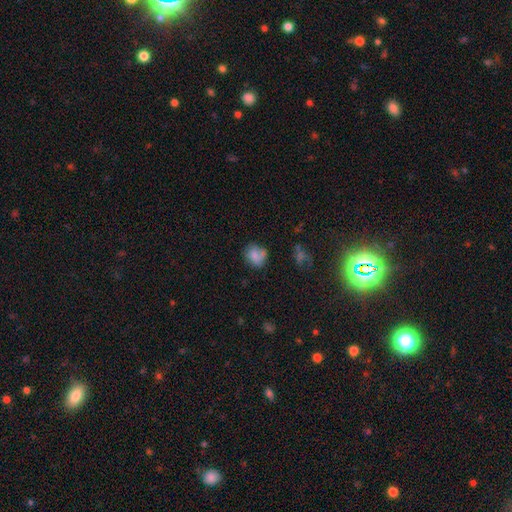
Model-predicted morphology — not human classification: Q: Smooth or featured?
A: smooth (73%); runner-up: featured or disk (16%)
Q: How rounded?
A: round (61%); runner-up: in between (38%)
Q: Merging?
A: none (54%); runner-up: minor disturbance (26%)